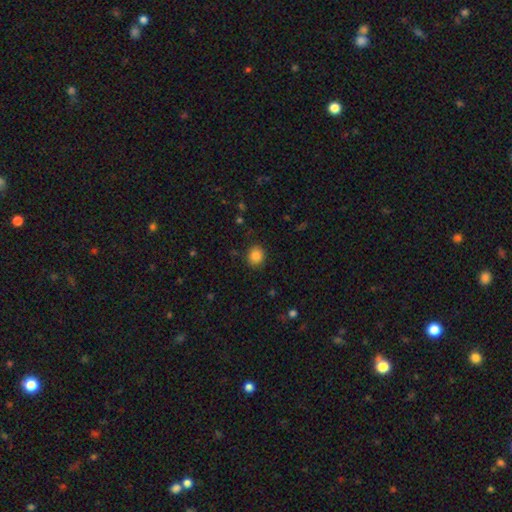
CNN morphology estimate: This appears to be a smooth galaxy with no disk features (85%) that is round (74%). Merging: none (88%).